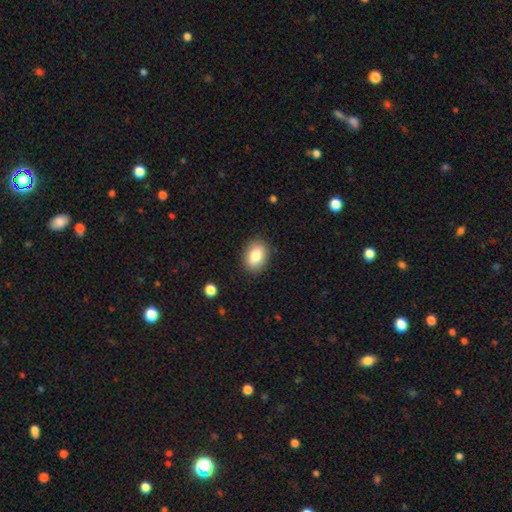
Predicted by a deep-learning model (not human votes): This appears to be a smooth galaxy with no disk features (83%) that is in between round and cigar-shaped (76%). Merging: none (87%).